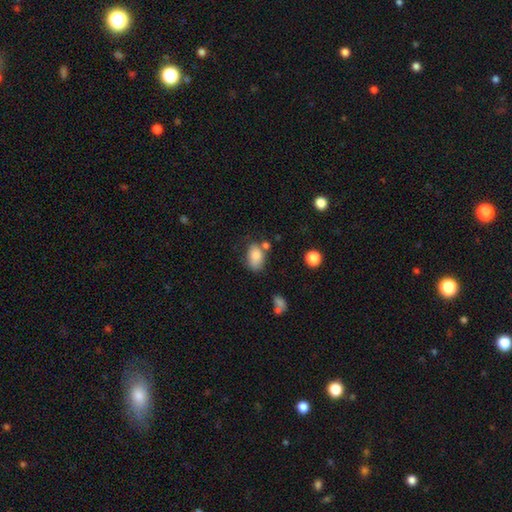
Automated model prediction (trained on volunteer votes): A smooth galaxy with no disk features (83%) that is in between round and cigar-shaped (87%).

Vote fractions:
- Smooth or featured? smooth: 83% / star or artifact: 9% / featured or disk: 8%
- How rounded? in between: 87% / round: 11% / cigar-shaped: 2%
- Merging? none: 55% / minor disturbance: 24% / merger: 12% / major disturbance: 8%